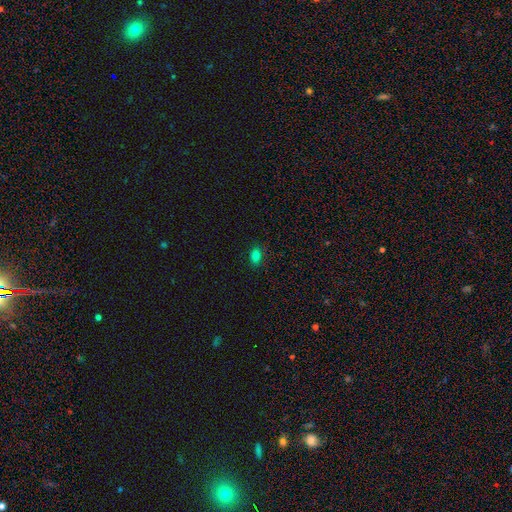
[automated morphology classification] Smooth or featured? smooth (80%)
How rounded? in between (83%)
Merging? none (86%)